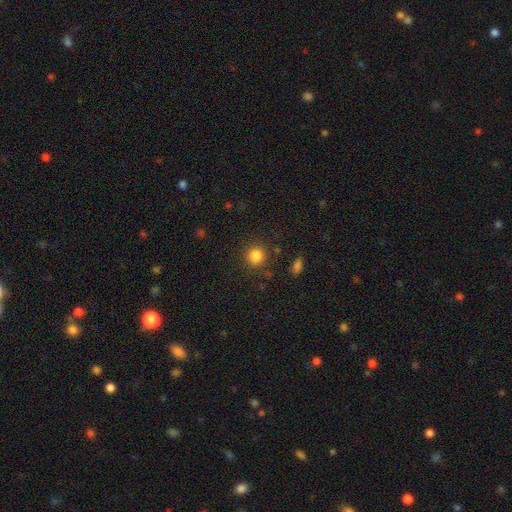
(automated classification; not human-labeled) smooth-or-featured: smooth: 84% | star or artifact: 12% | featured or disk: 4%
  how-rounded: round: 90% | in between: 9% | cigar-shaped: 1%
  merging: none: 86% | minor disturbance: 8% | major disturbance: 3% | merger: 2%